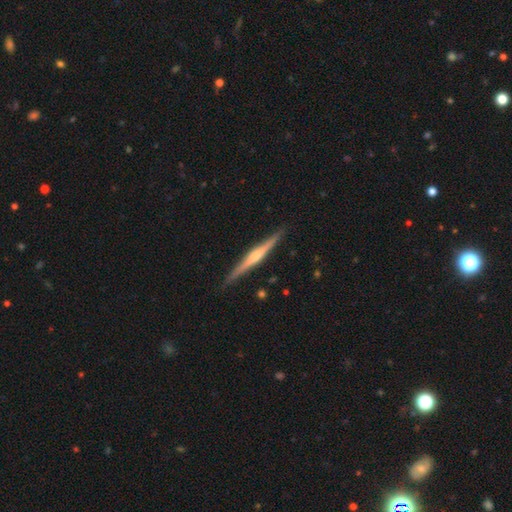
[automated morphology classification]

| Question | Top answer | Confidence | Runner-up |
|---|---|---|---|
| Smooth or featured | featured or disk | 74% | smooth (21%) |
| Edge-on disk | yes | 98% | no (2%) |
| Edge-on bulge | rounded | 71% | none (18%) |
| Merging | none | 91% | minor disturbance (7%) |